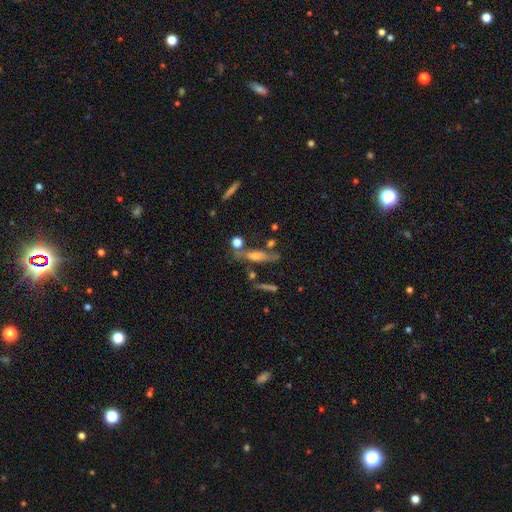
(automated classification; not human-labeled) The model was most divided on "smooth or featured": featured or disk: 50%, smooth: 35%, star or artifact: 15%. Remaining: merging — none (50%).